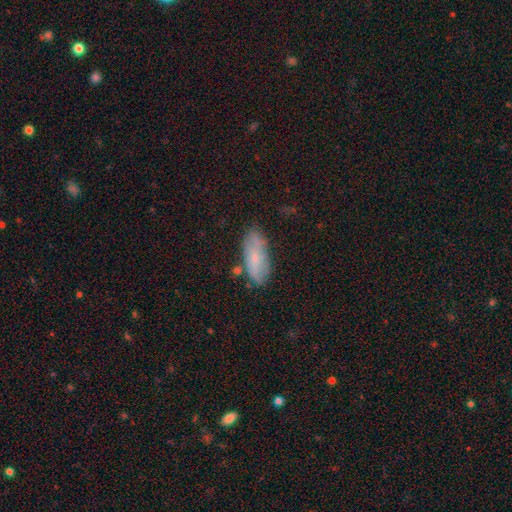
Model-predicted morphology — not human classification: The model was most divided on "smooth or featured": smooth: 65%, featured or disk: 26%, star or artifact: 8%. More confident: how rounded — in between (79%); merging — none (69%).